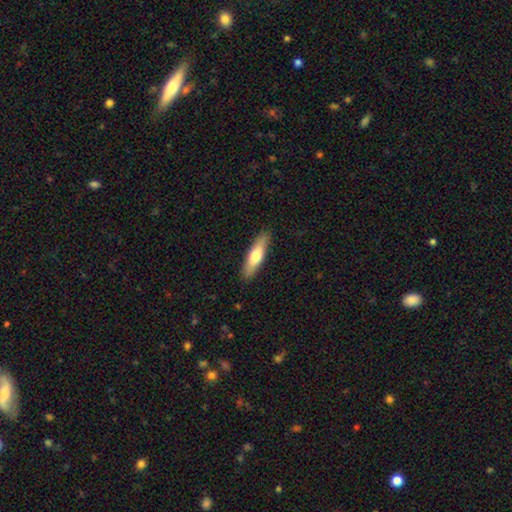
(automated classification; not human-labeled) This is likely a smooth galaxy (64%). How rounded: likely cigar-shaped (72%). Merging: clearly none (89%).